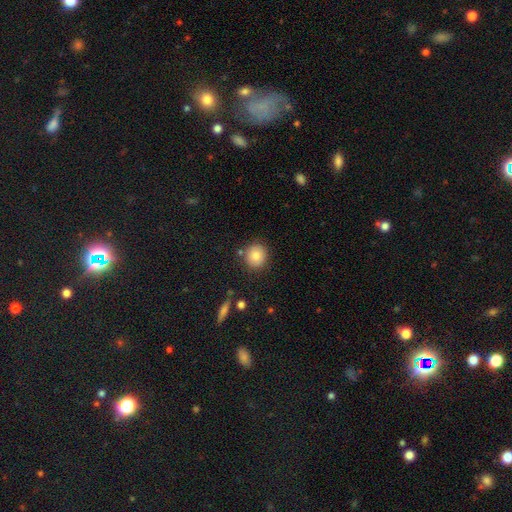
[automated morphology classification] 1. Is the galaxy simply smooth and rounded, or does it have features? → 82% smooth, 9% star or artifact, 9% featured or disk.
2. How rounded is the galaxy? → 86% round, 13% in between, 1% cigar-shaped.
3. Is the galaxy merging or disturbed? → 84% none, 10% minor disturbance, 4% merger, 3% major disturbance.